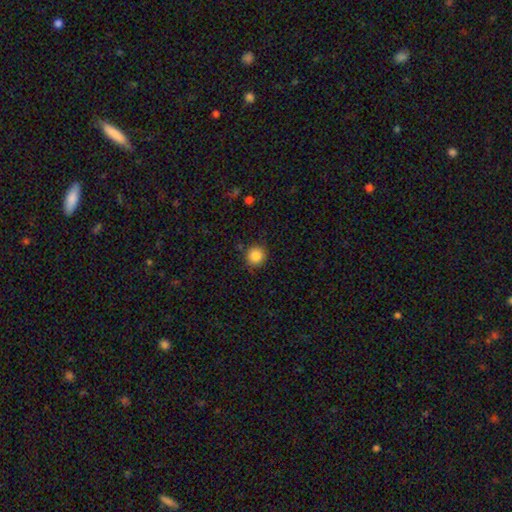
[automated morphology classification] A smooth galaxy with no disk features (86%) that is round (93%). Merging: none (88%).